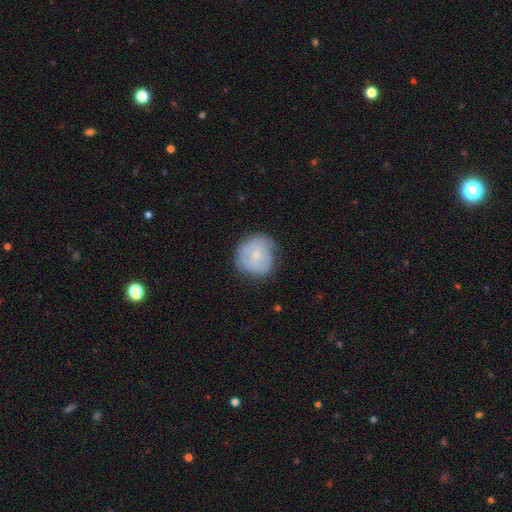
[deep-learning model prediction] Morphology: type=smooth (61%); roundness=round (87%); merging=none (60%).